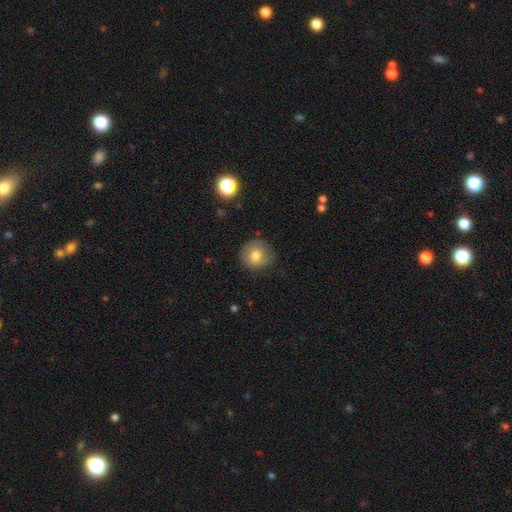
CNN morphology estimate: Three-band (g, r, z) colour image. It shows a smooth galaxy with no disk features (76%) that is round (90%). Merging: none (81%).